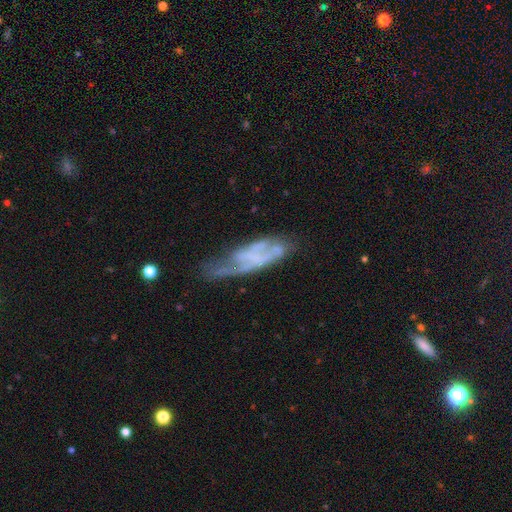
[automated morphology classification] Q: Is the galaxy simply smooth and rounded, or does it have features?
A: featured or disk — 68%.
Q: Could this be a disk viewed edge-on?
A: no — 80%.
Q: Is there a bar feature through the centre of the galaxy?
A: no — 65%.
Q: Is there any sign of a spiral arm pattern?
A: yes — 57%.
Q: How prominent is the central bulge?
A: none — 70%.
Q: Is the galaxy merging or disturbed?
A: none — 43%.